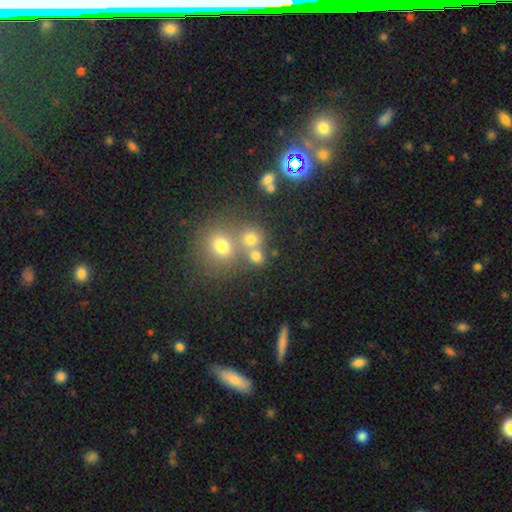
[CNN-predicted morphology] smooth 71%, star or artifact 18%, featured or disk 11%. Down the decision tree: how rounded — round (77%); merging — none (54%).